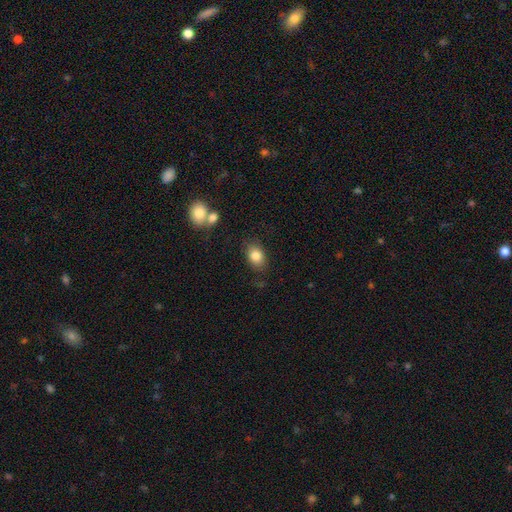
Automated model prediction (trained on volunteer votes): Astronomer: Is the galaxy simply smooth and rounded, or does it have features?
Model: smooth — 83%.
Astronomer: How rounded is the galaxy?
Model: in between — 75%.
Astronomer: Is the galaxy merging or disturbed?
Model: none — 78%.